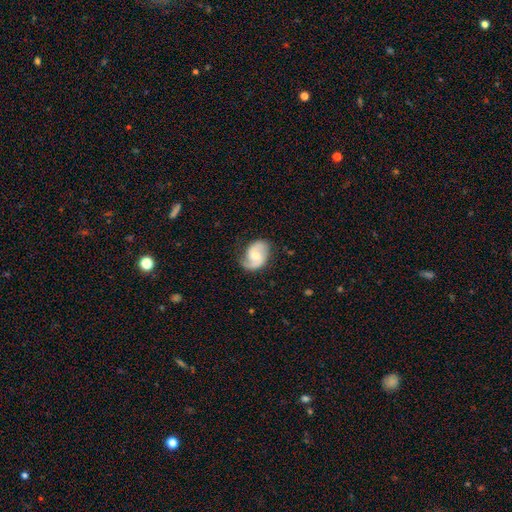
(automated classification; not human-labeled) Morphology: type=featured or disk (75%); edge-on=no (98%); bar=no (55%); spiral arms=yes (95%); winding=medium (47%); arm count=2 (82%); bulge=moderate (52%); merging=none (72%).